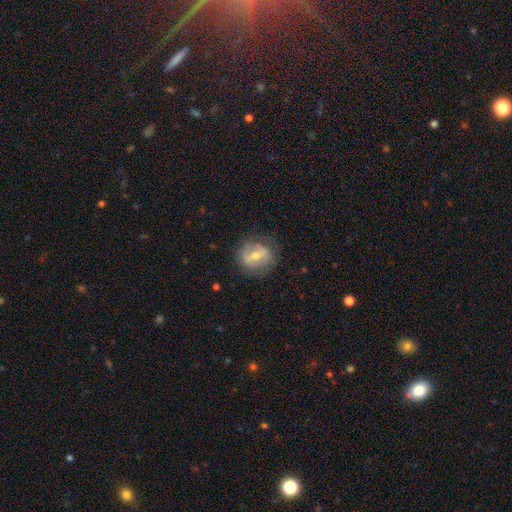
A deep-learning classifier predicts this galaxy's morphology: The model was most divided on "bar": strong: 41%, weak: 40%, no: 19%. More confident: edge-on disk — no (94%); merging — none (72%); bulge size — moderate (63%); smooth or featured — featured or disk (60%); spiral arms — no (57%).